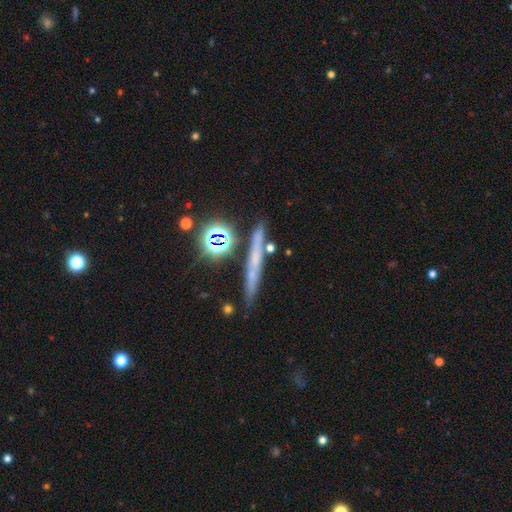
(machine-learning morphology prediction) smooth 37%, featured or disk 36%, star or artifact 28%. Down the decision tree: merging — none (78%).